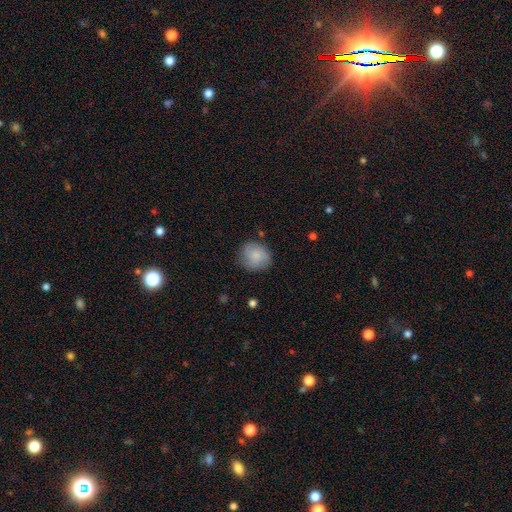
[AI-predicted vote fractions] Q: Smooth or featured?
A: smooth (81%); runner-up: featured or disk (12%)
Q: How rounded?
A: round (81%); runner-up: in between (18%)
Q: Merging?
A: none (74%); runner-up: minor disturbance (19%)